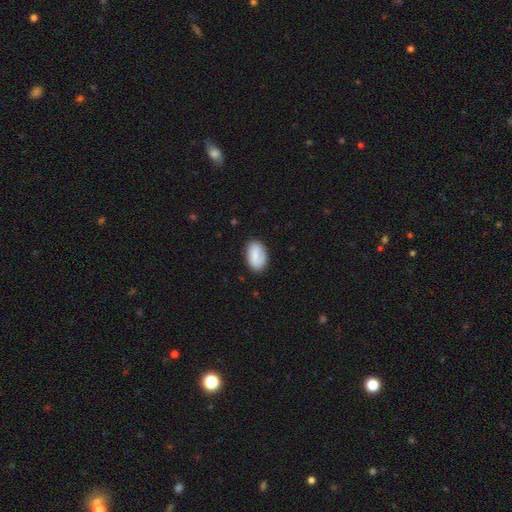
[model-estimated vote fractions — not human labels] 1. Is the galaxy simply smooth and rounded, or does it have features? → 78% smooth, 15% featured or disk, 7% star or artifact.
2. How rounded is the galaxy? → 92% in between, 7% round, 2% cigar-shaped.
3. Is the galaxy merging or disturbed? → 80% none, 15% minor disturbance, 4% major disturbance, 1% merger.